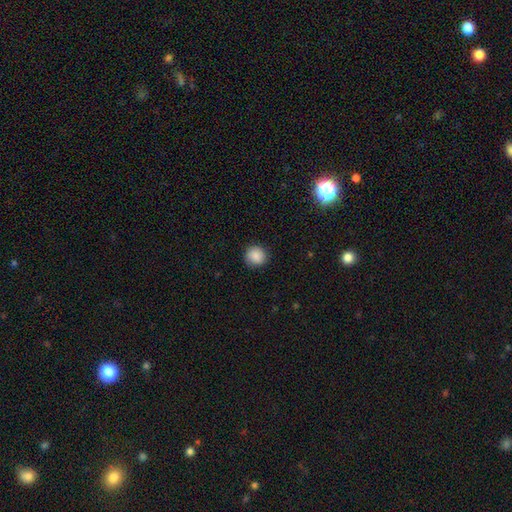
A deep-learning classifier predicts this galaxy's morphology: Smooth or featured?
  - smooth: 87% *
  - star or artifact: 9%
  - featured or disk: 4%
How rounded?
  - round: 91% *
  - in between: 8%
  - cigar-shaped: 1%
Merging?
  - none: 87% *
  - minor disturbance: 9%
  - major disturbance: 2%
  - merger: 1%